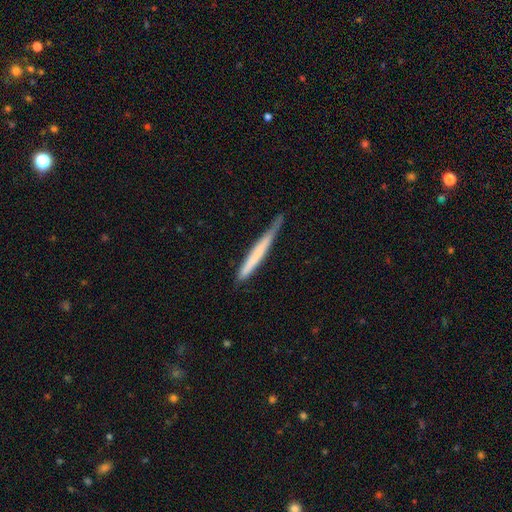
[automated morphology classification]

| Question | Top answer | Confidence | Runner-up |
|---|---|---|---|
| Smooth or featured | smooth | 59% | featured or disk (35%) |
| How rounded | cigar-shaped | 97% | in between (2%) |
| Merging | none | 67% | minor disturbance (26%) |